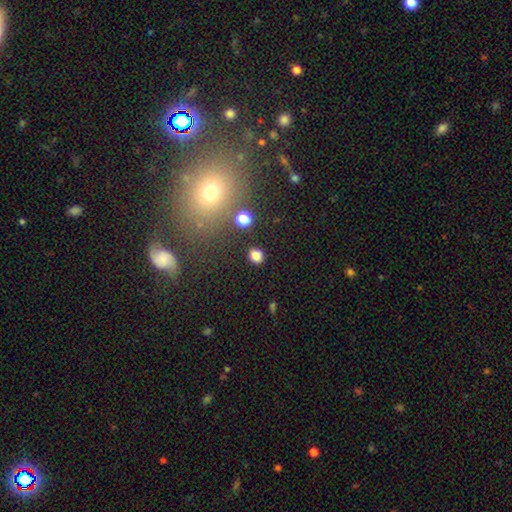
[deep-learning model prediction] This is clearly a smooth galaxy (82%). How rounded: likely round (66%). Merging: clearly none (86%).